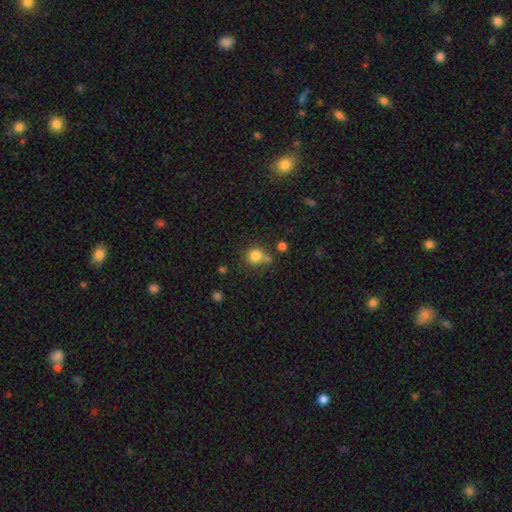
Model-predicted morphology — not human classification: A smooth galaxy with no disk features (81%) that is round (88%).

Vote fractions:
- Smooth or featured? smooth: 81% / star or artifact: 12% / featured or disk: 7%
- How rounded? round: 88% / in between: 11% / cigar-shaped: 1%
- Merging? none: 62% / merger: 21% / minor disturbance: 13% / major disturbance: 5%